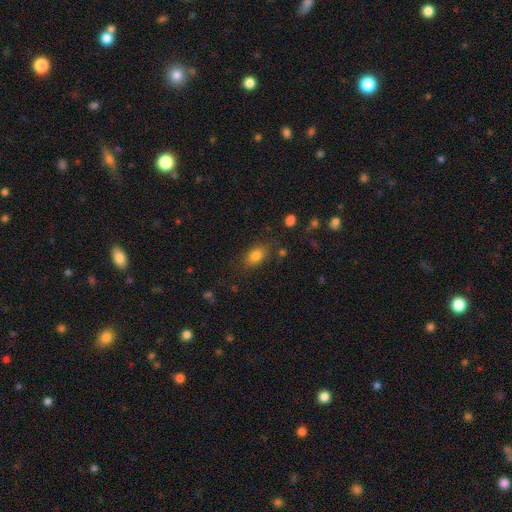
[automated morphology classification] smooth-or-featured: smooth: 81% | star or artifact: 11% | featured or disk: 8%
  how-rounded: in between: 79% | round: 19% | cigar-shaped: 2%
  merging: none: 79% | minor disturbance: 14% | major disturbance: 4% | merger: 3%